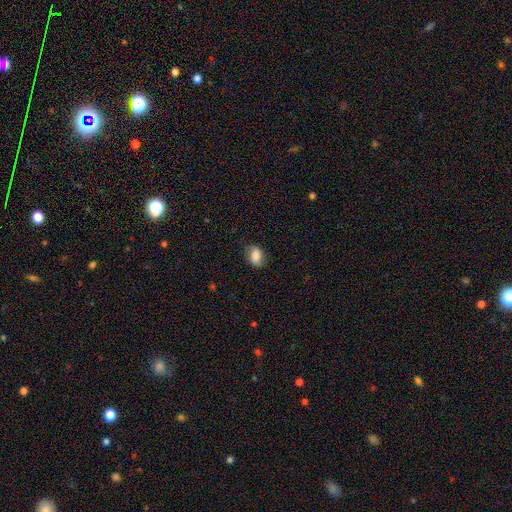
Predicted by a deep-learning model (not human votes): Smooth or featured? Predicted: smooth (p=0.73). How rounded? Predicted: in between (p=0.80). Merging? Predicted: none (p=0.73).